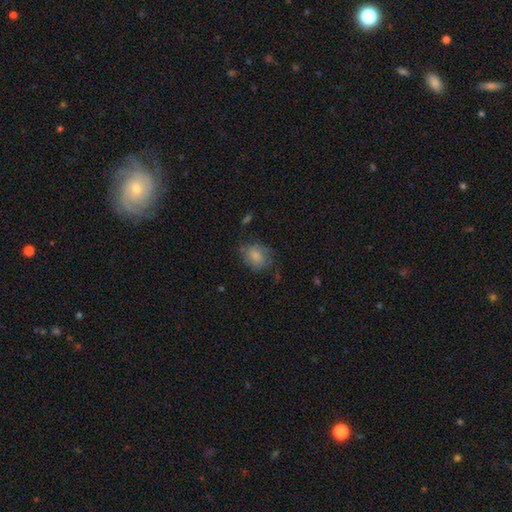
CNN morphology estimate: Smooth or featured?
  - smooth: 71% *
  - featured or disk: 21%
  - star or artifact: 8%
How rounded?
  - in between: 53% *
  - round: 46%
  - cigar-shaped: 1%
Merging?
  - none: 53% *
  - minor disturbance: 29%
  - major disturbance: 15%
  - merger: 2%